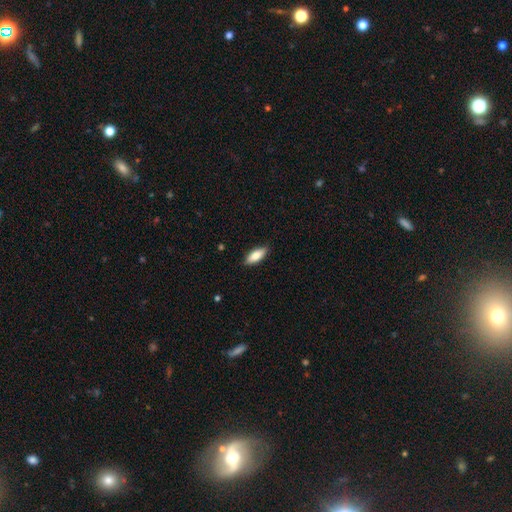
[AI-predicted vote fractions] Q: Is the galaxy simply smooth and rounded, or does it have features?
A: smooth — 79%.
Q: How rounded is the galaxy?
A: in between — 72%.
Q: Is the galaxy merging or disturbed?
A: none — 88%.